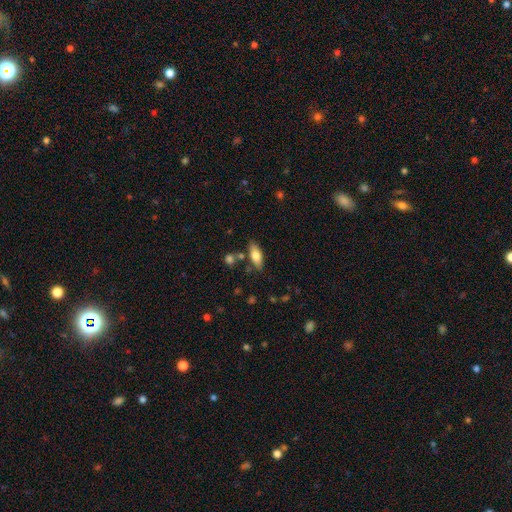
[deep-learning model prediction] smooth 74%, featured or disk 20%, star or artifact 7%. Down the decision tree: how rounded — in between (78%); merging — none (76%).